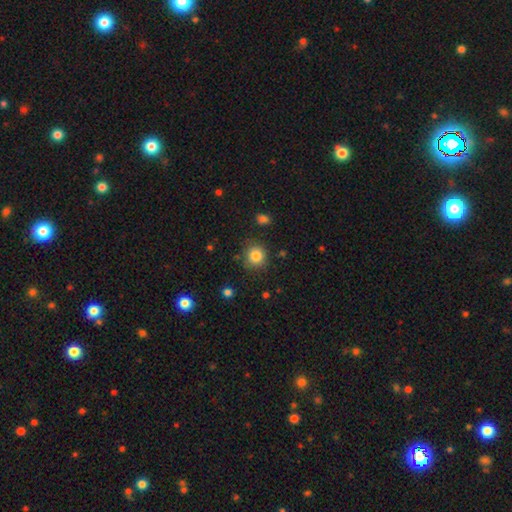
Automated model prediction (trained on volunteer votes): A smooth galaxy with no disk features (83%) that is round (89%).

Vote fractions:
- Smooth or featured? smooth: 83% / star or artifact: 11% / featured or disk: 6%
- How rounded? round: 89% / in between: 10% / cigar-shaped: 1%
- Merging? none: 84% / minor disturbance: 10% / major disturbance: 3% / merger: 3%